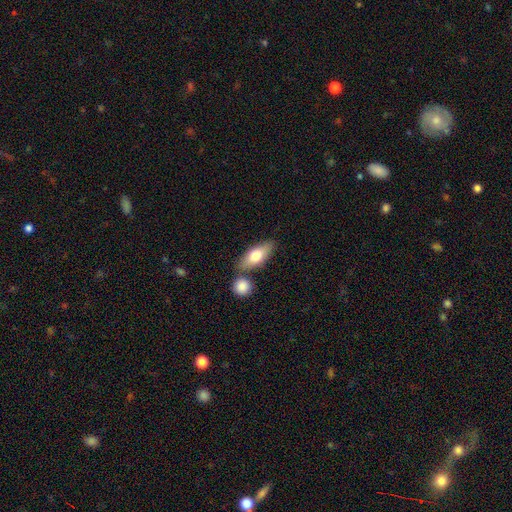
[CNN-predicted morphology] type=smooth (72%); roundness=in between (76%); merging=none (68%).